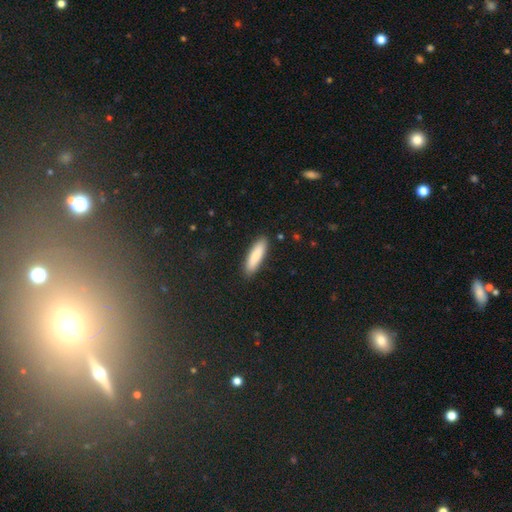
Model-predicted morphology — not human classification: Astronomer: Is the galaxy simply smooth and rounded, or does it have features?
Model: smooth — 86%.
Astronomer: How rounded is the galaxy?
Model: cigar-shaped — 67%.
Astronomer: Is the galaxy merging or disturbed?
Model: none — 89%.